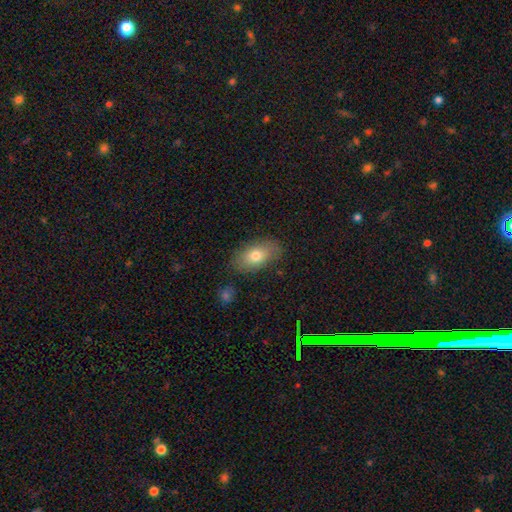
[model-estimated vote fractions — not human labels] A smooth galaxy with no disk features (76%) that is in between round and cigar-shaped (90%).

Vote fractions:
- Smooth or featured? smooth: 76% / featured or disk: 17% / star or artifact: 8%
- How rounded? in between: 90% / round: 7% / cigar-shaped: 3%
- Merging? none: 81% / minor disturbance: 14% / major disturbance: 3% / merger: 2%